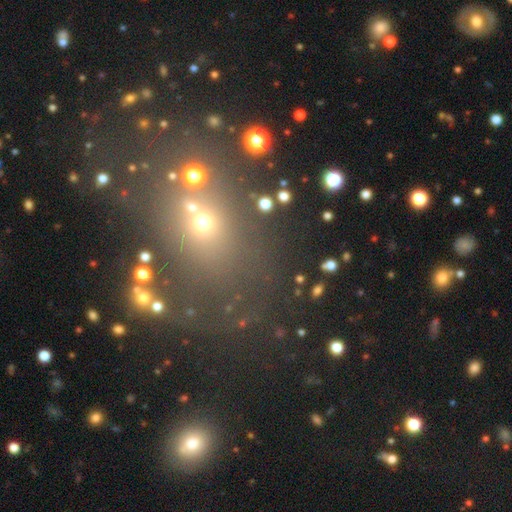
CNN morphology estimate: smooth 43%, star or artifact 42%, featured or disk 15%. Down the decision tree: merging — none (66%).